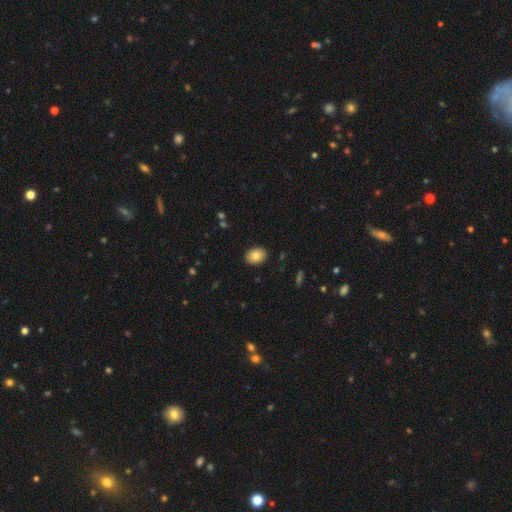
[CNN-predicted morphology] smooth-or-featured: smooth: 83% | featured or disk: 9% | star or artifact: 8%
  how-rounded: in between: 66% | round: 33% | cigar-shaped: 1%
  merging: none: 90% | minor disturbance: 7% | major disturbance: 2% | merger: 1%